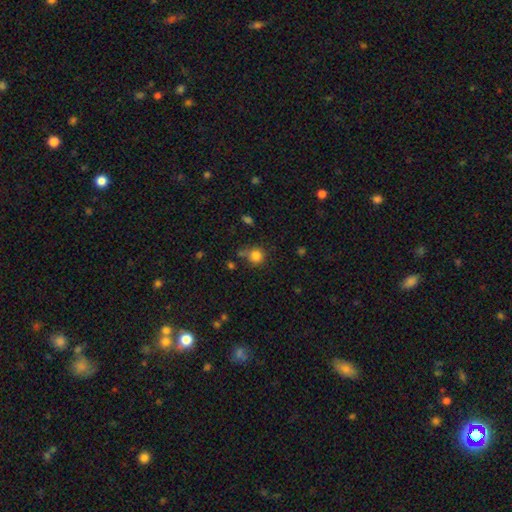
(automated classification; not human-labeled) A smooth galaxy with no disk features (82%) that is round (90%). Merging: none (67%).